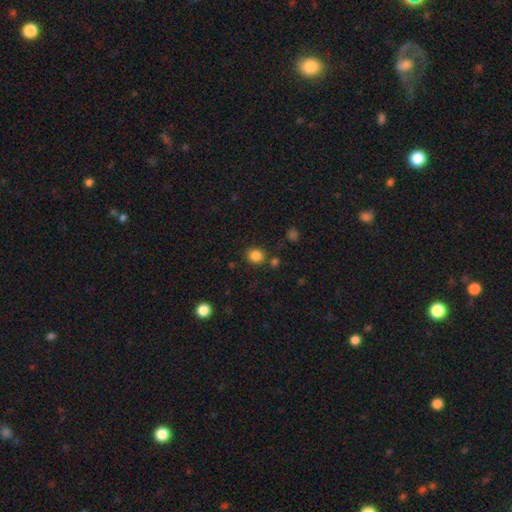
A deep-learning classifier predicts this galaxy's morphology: A smooth galaxy with no disk features (84%) that is round (80%).

Vote fractions:
- Smooth or featured? smooth: 84% / star or artifact: 12% / featured or disk: 4%
- How rounded? round: 80% / in between: 19% / cigar-shaped: 1%
- Merging? none: 81% / minor disturbance: 9% / merger: 7% / major disturbance: 3%